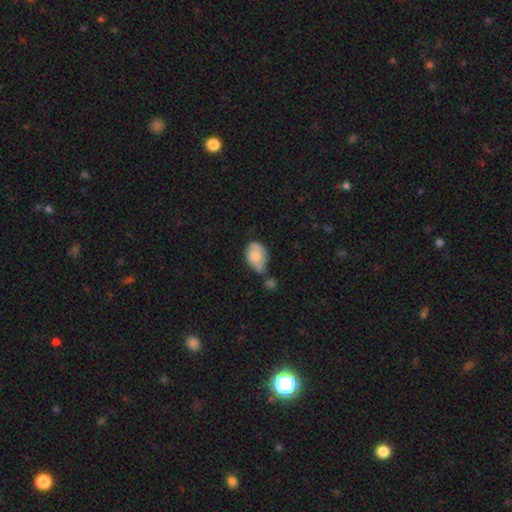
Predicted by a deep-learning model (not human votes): This appears to be a smooth galaxy with no disk features (67%) that is in between round and cigar-shaped (79%). Merging: minor disturbance (34%).